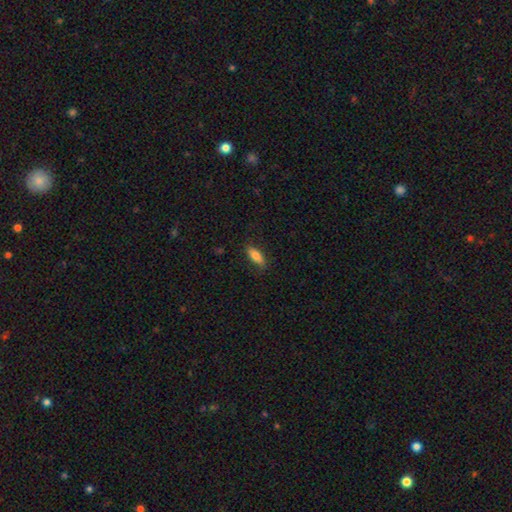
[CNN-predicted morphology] Smooth or featured?
  - smooth: 80% *
  - featured or disk: 13%
  - star or artifact: 7%
How rounded?
  - in between: 73% *
  - cigar-shaped: 25%
  - round: 2%
Merging?
  - none: 84% *
  - minor disturbance: 13%
  - major disturbance: 3%
  - merger: 1%